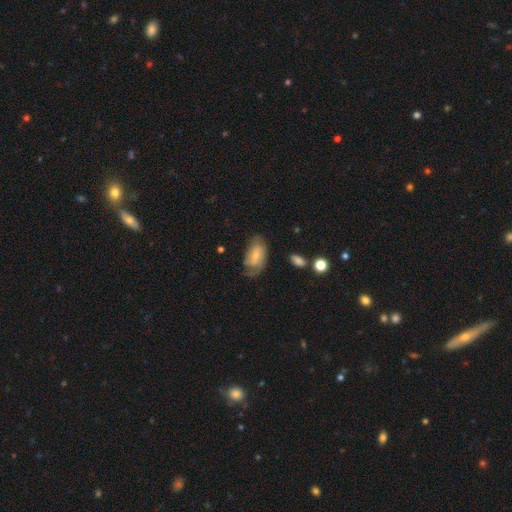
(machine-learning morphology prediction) The model was most divided on "smooth or featured": smooth: 47%, featured or disk: 46%, star or artifact: 7%. Remaining: merging — none (48%).